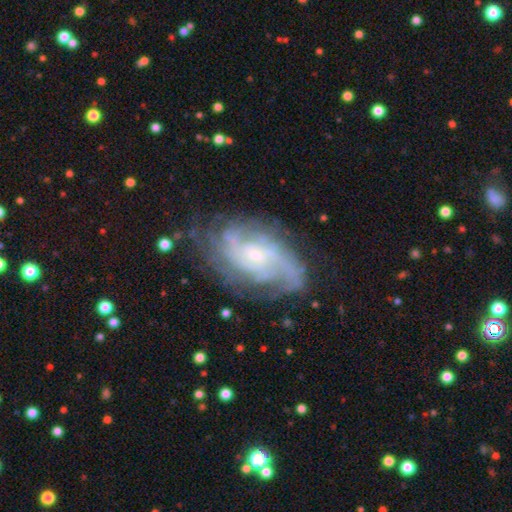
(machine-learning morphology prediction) smooth_or_featured: featured or disk (p=0.84) [alt: smooth p=0.09]
disk_edge_on: no (p=0.96) [alt: yes p=0.04]
bar: no (p=0.59) [alt: weak p=0.34]
has_spiral_arms: yes (p=0.95) [alt: no p=0.05]
spiral_winding: tight (p=0.50) [alt: medium p=0.36]
spiral_arm_count: can't tell (p=0.39) [alt: 2 p=0.20]
bulge_size: small (p=0.68) [alt: moderate p=0.24]
merging: none (p=0.69) [alt: minor disturbance p=0.19]